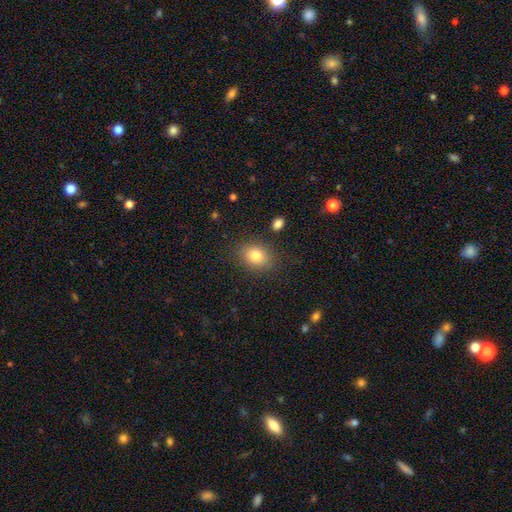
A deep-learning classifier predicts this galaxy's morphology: smooth_or_featured: smooth (p=0.81) [alt: star or artifact p=0.10]
how_rounded: in between (p=0.64) [alt: round p=0.35]
merging: none (p=0.83) [alt: minor disturbance p=0.11]